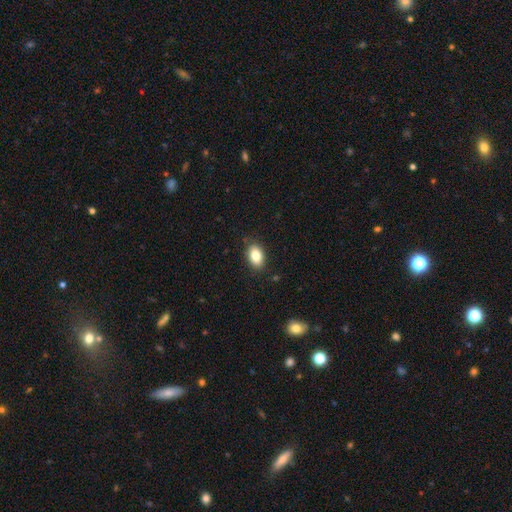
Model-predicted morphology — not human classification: Smooth or featured? Predicted: smooth (p=0.83). How rounded? Predicted: in between (p=0.88). Merging? Predicted: none (p=0.87).